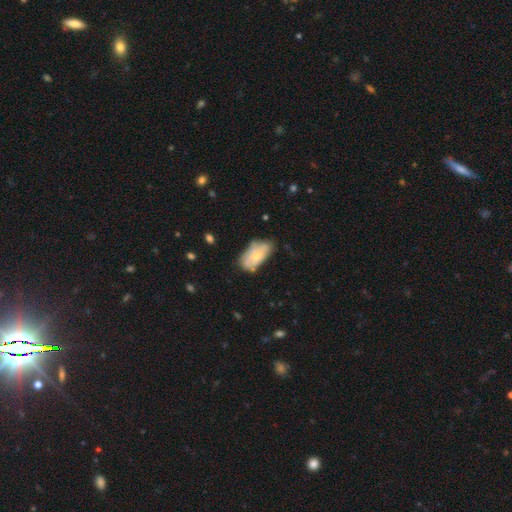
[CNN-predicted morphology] Smooth or featured: smooth — 57% (featured or disk — 36%)
How rounded: in between — 93% (round — 4%)
Merging: none — 52% (minor disturbance — 34%)